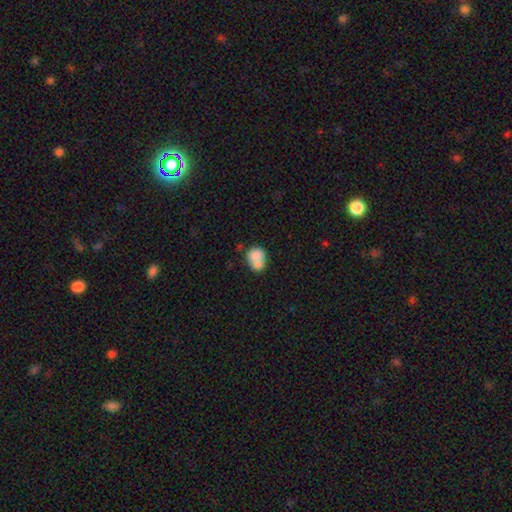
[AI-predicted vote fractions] Smooth or featured? Predicted: smooth (p=0.76). How rounded? Predicted: round (p=0.56). Merging? Predicted: merger (p=0.58).